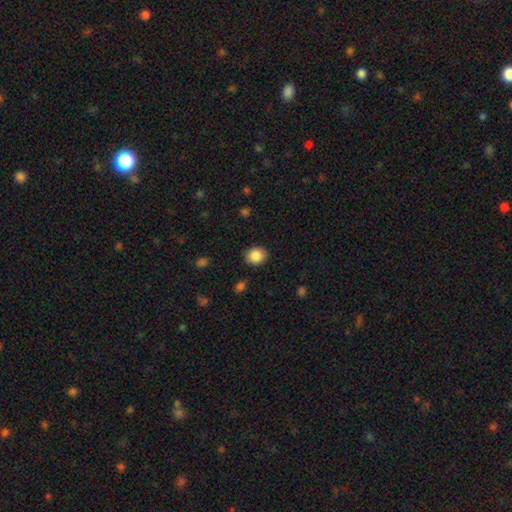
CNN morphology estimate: This appears to be a smooth galaxy with no disk features (87%) that is round (68%). Merging: none (88%).